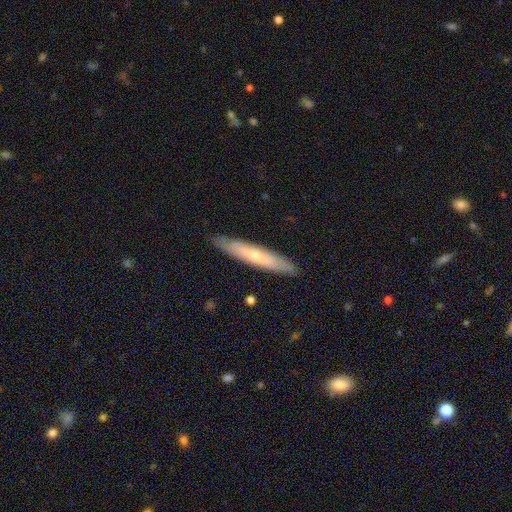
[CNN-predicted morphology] Smooth or featured? featured or disk (49%)
Merging? none (89%)